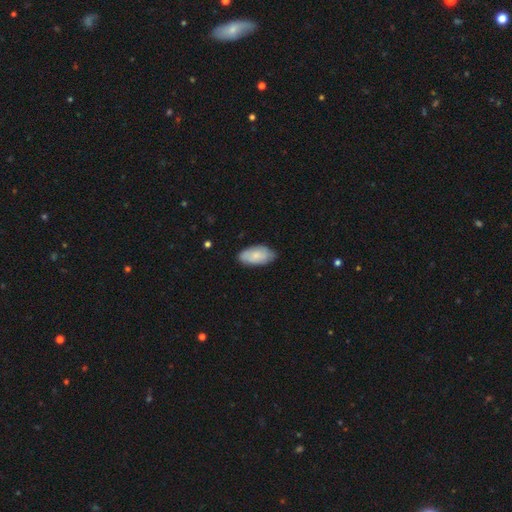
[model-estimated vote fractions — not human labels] Overall: smooth (75%). How rounded: in between (94%). Merging: none (76%).